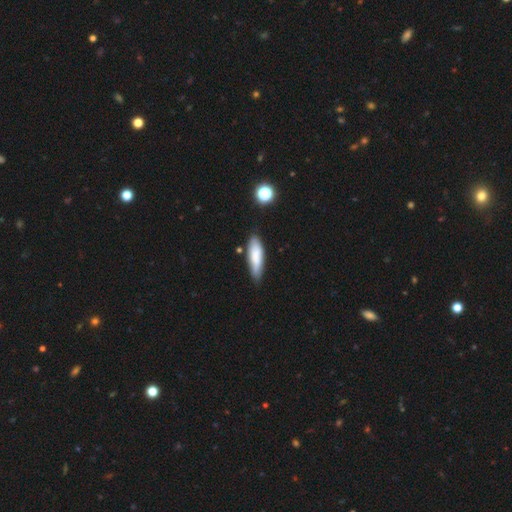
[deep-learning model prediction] smooth_or_featured: smooth (p=0.77) [alt: featured or disk p=0.16]
how_rounded: cigar-shaped (p=0.52) [alt: in between p=0.46]
merging: none (p=0.73) [alt: minor disturbance p=0.19]